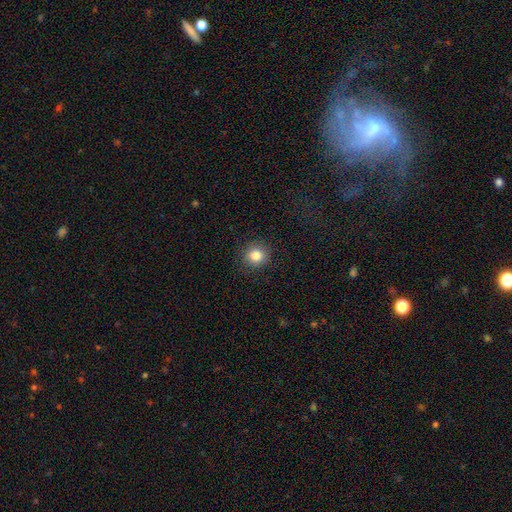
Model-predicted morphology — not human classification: Overall: smooth (84%). How rounded: round (90%). Merging: none (91%).